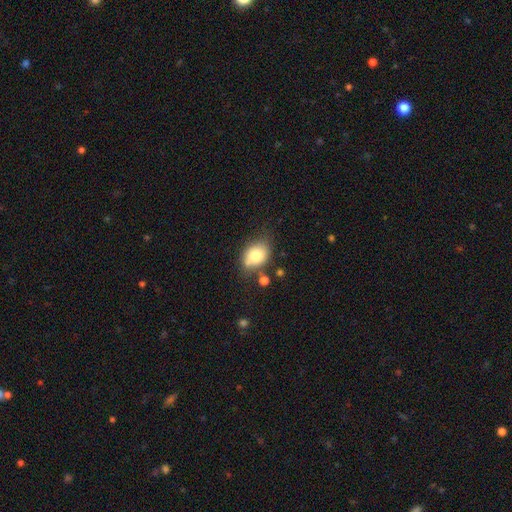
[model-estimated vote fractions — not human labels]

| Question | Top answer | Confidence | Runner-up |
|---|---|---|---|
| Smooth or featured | smooth | 76% | featured or disk (15%) |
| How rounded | in between | 69% | round (30%) |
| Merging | none | 58% | minor disturbance (24%) |